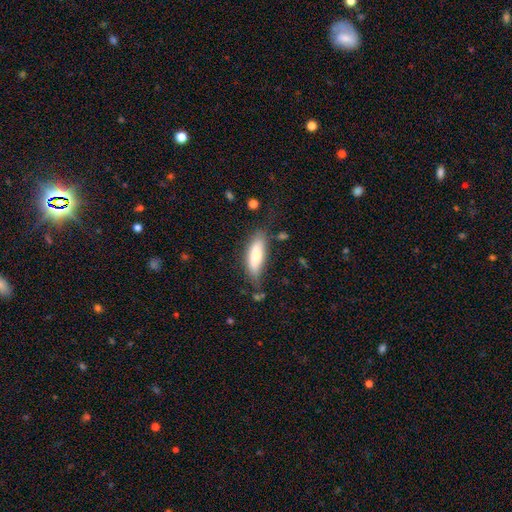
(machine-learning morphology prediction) The model was most divided on "how rounded": in between: 54%, cigar-shaped: 44%, round: 2%. More confident: smooth or featured — smooth (73%); merging — none (64%).